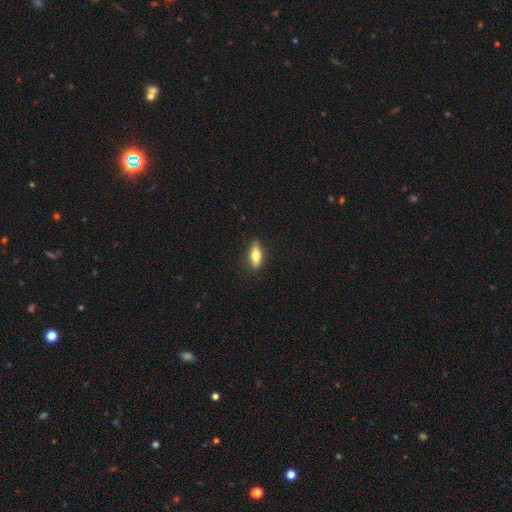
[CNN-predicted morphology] Smooth or featured? Predicted: smooth (p=0.64). How rounded? Predicted: in between (p=0.56). Merging? Predicted: none (p=0.83).